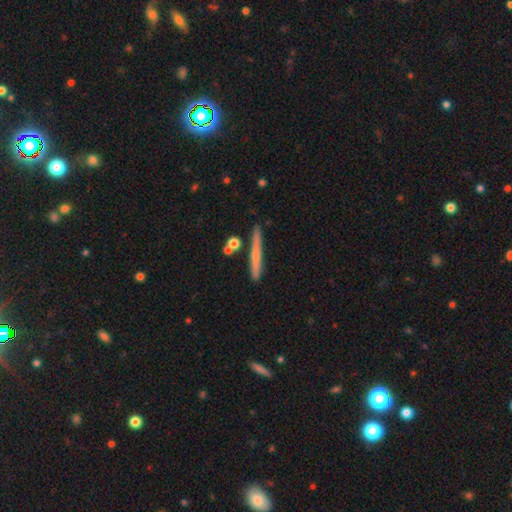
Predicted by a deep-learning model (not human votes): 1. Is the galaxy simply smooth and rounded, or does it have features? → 55% smooth, 38% featured or disk, 7% star or artifact.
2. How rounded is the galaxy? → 95% cigar-shaped, 3% in between, 2% round.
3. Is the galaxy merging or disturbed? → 84% none, 10% minor disturbance, 4% merger, 2% major disturbance.